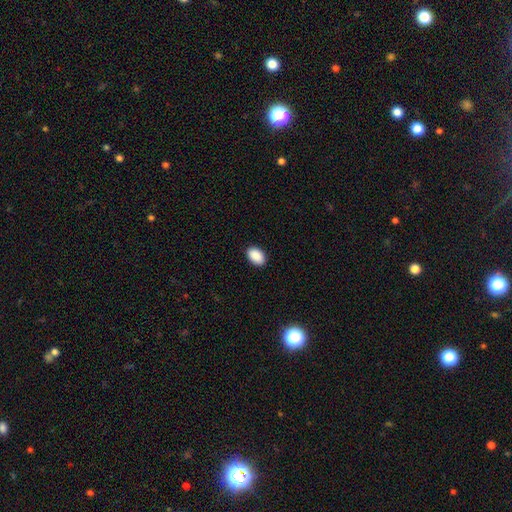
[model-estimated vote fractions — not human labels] The model was most divided on "how rounded": in between: 90%, round: 8%, cigar-shaped: 1%. More confident: smooth or featured — smooth (90%); merging — none (90%).